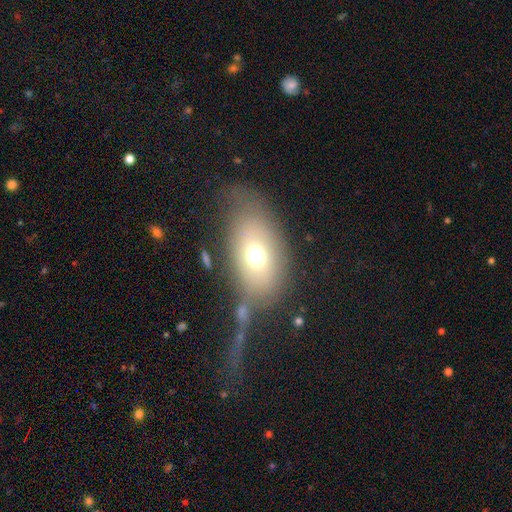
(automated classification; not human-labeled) Morphology: type=smooth (66%); roundness=in between (81%); merging=none (53%).